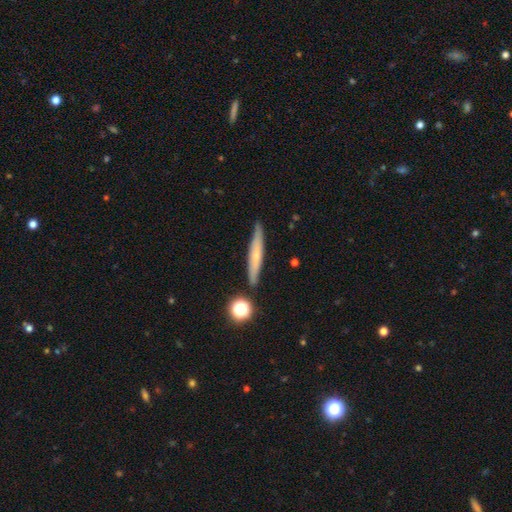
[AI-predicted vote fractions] Smooth or featured? Predicted: smooth (p=0.51). How rounded? Predicted: cigar-shaped (p=0.93). Merging? Predicted: none (p=0.83).